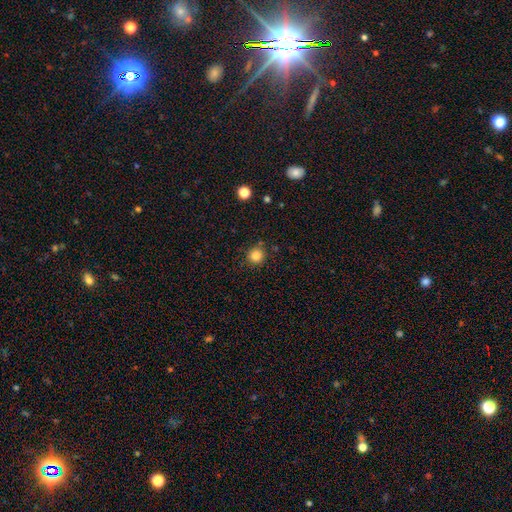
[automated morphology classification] The model was most divided on "smooth or featured": smooth: 85%, star or artifact: 12%, featured or disk: 4%. More confident: how rounded — round (93%); merging — none (84%).